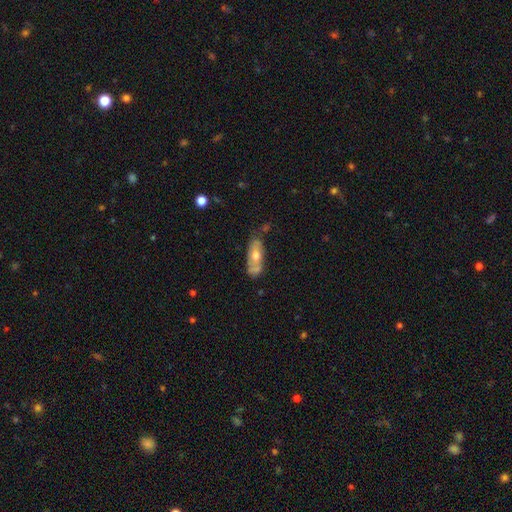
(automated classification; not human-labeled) Overall: smooth (47%; featured or disk 46%). Merging: none (57%; minor disturbance 24%).